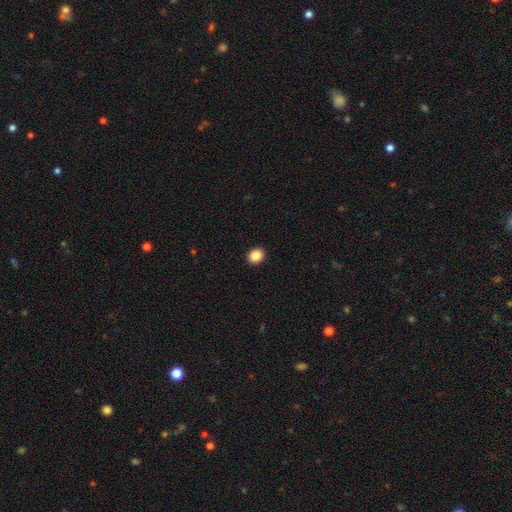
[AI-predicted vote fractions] Overall: smooth (88%). How rounded: round (65%; in between 34%). Merging: none (92%).